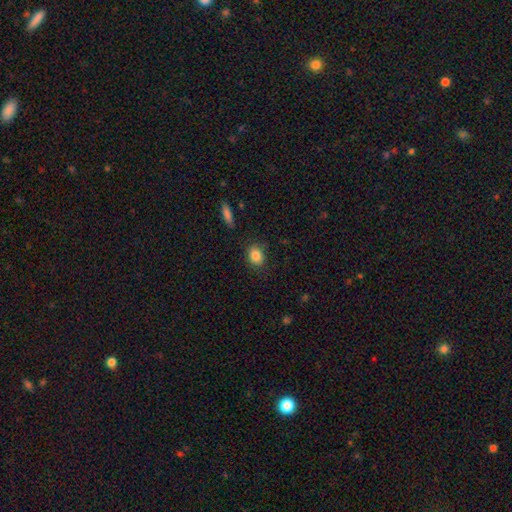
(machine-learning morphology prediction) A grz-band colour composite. It shows a smooth galaxy with no disk features (86%) that is round (54%). Merging: none (83%).